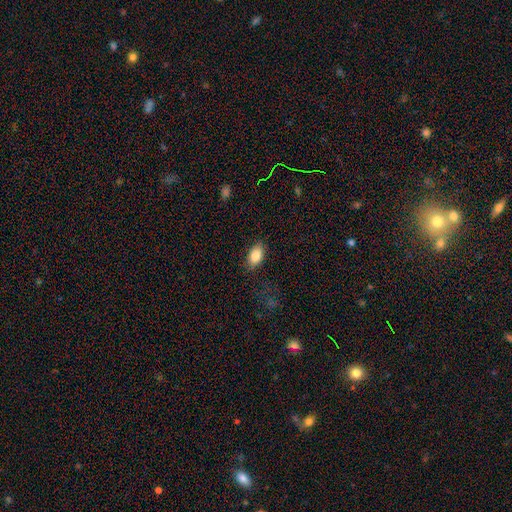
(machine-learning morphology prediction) A smooth galaxy with no disk features (86%) that is in between round and cigar-shaped (91%).

Vote fractions:
- Smooth or featured? smooth: 86% / star or artifact: 7% / featured or disk: 7%
- How rounded? in between: 91% / round: 7% / cigar-shaped: 2%
- Merging? none: 83% / minor disturbance: 12% / major disturbance: 3% / merger: 1%